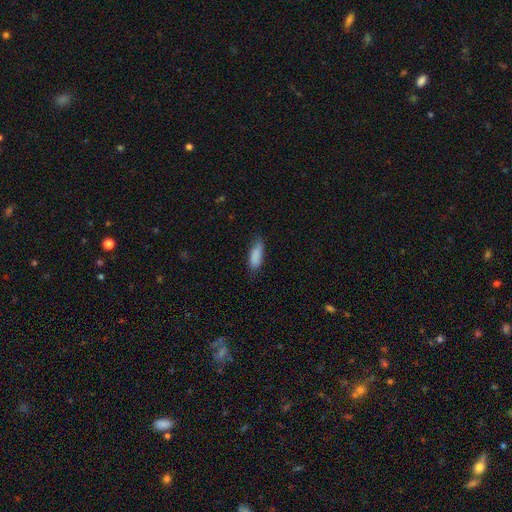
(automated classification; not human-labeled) Smooth or featured: smooth — 87% (featured or disk — 7%)
How rounded: in between — 67% (cigar-shaped — 32%)
Merging: none — 70% (minor disturbance — 24%)